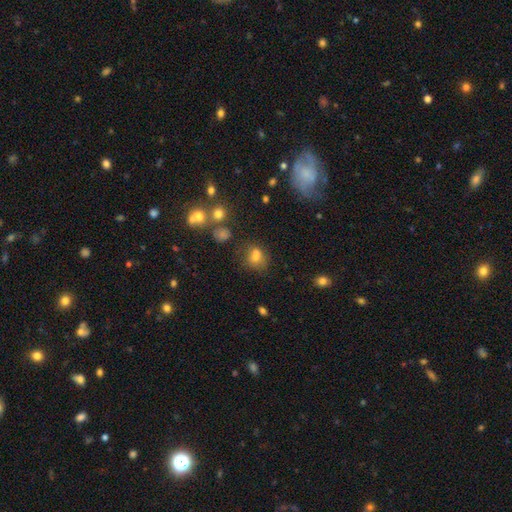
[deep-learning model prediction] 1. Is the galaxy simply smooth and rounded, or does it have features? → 70% smooth, 17% star or artifact, 13% featured or disk.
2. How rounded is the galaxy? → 49% in between (tied), 49% round (tied), 2% cigar-shaped.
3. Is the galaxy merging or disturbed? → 47% none, 28% merger, 16% minor disturbance, 9% major disturbance.